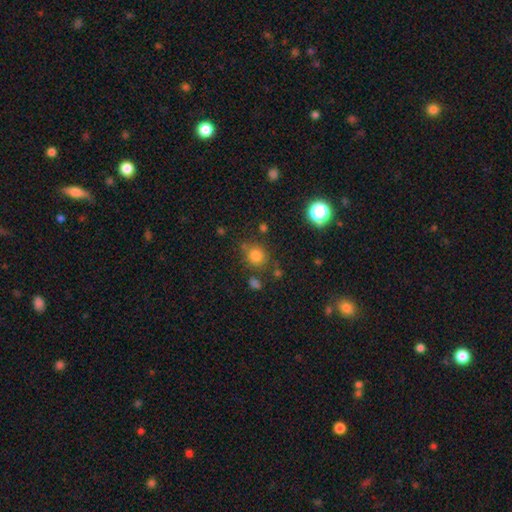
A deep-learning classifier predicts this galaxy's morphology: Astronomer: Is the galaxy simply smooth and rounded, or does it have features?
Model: smooth — 78%.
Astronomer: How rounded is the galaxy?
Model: round — 82%.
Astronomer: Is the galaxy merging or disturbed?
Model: none — 74%.